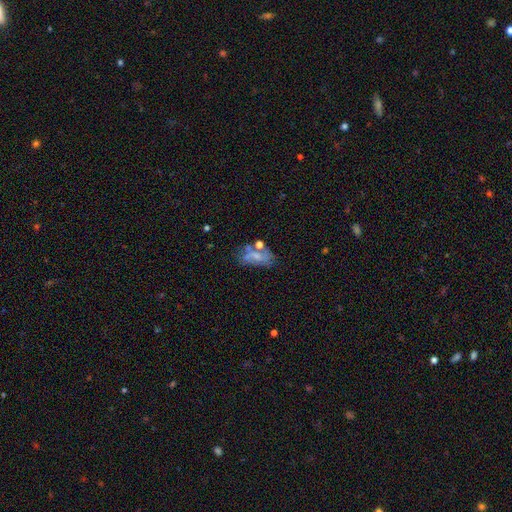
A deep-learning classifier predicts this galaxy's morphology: smooth_or_featured: featured or disk (p=0.45) [alt: smooth p=0.41]
merging: none (p=0.39) [alt: minor disturbance p=0.23]